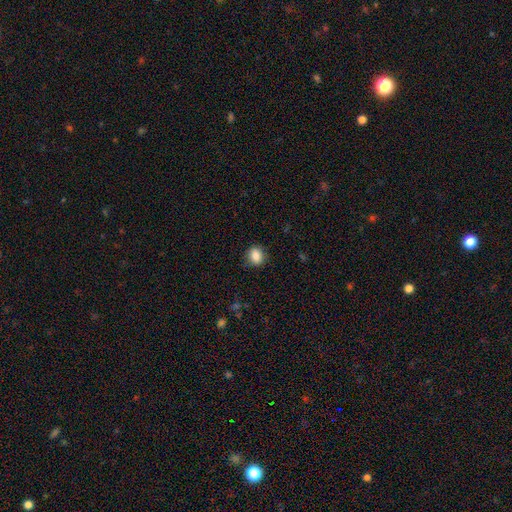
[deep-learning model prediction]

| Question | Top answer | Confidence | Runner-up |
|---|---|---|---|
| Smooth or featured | smooth | 85% | star or artifact (9%) |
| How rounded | round | 59% | in between (40%) |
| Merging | none | 84% | minor disturbance (12%) |